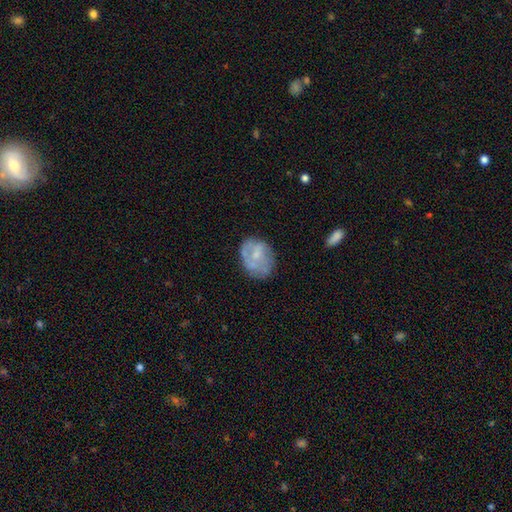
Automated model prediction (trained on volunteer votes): smooth-or-featured: featured or disk: 47% | smooth: 46% | star or artifact: 8%
  merging: none: 59% | minor disturbance: 25% | major disturbance: 13% | merger: 2%